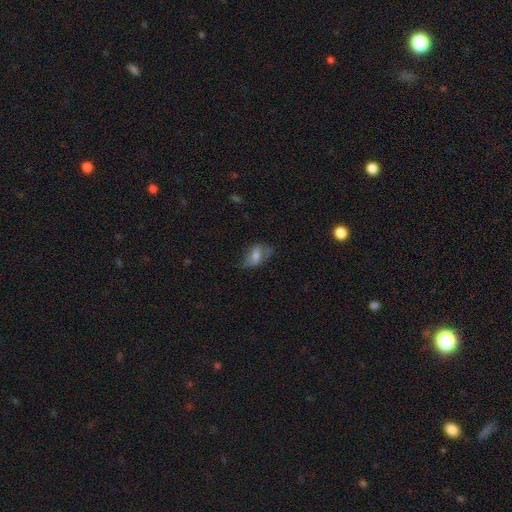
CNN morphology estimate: smooth 47%, featured or disk 44%, star or artifact 9%. Down the decision tree: merging — none (54%).